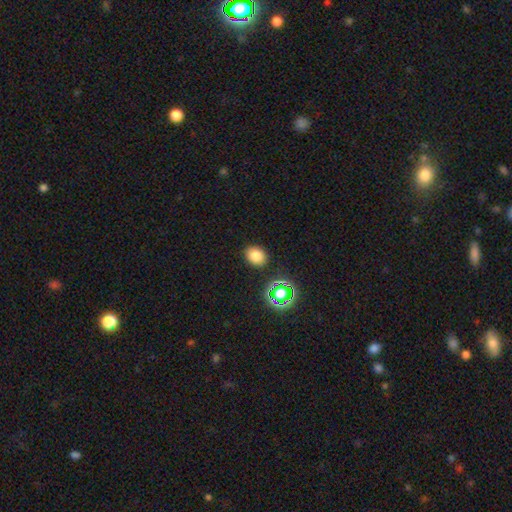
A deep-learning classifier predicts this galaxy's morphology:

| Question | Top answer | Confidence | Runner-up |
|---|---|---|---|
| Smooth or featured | smooth | 77% | star or artifact (16%) |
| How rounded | in between | 52% | round (47%) |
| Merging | none | 87% | minor disturbance (8%) |